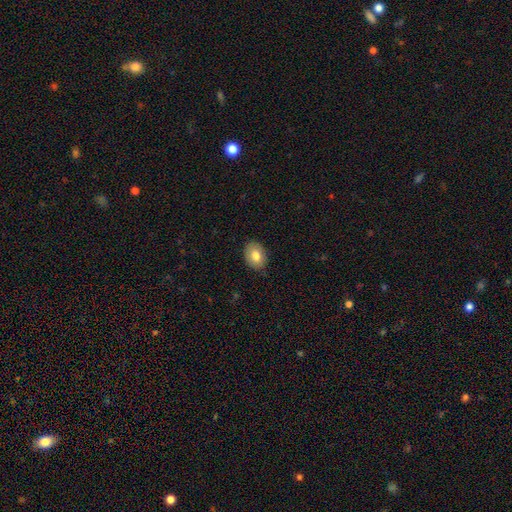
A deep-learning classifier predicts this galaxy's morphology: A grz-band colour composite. It shows a smooth galaxy with no disk features (81%) that is in between round and cigar-shaped (70%). Merging: none (85%).